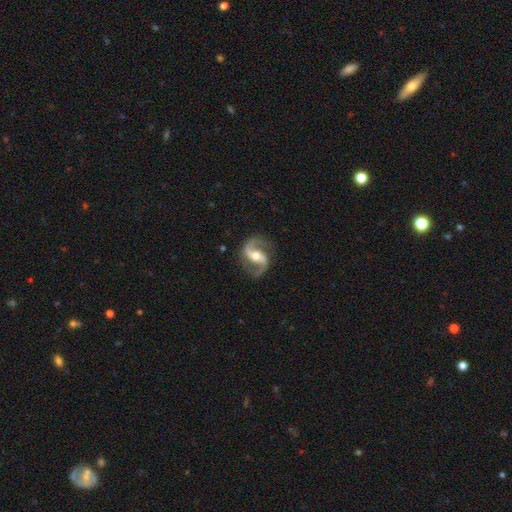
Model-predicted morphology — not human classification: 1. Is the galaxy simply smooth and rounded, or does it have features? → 92% featured or disk, 4% star or artifact, 4% smooth.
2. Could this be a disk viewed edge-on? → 98% no, 2% yes.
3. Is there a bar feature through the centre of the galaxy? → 38% weak, 33% strong, 29% no.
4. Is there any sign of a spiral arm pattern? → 98% yes, 2% no.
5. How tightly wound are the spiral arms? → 51% medium, 39% loose, 10% tight.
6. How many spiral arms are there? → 94% 2, 1% 1, 1% can't tell, 1% 3, 1% 4, 1% more than 4.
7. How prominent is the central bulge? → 72% moderate, 18% small, 7% large, 1% none, 1% dominant.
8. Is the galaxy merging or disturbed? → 83% none, 11% minor disturbance, 4% major disturbance, 1% merger.